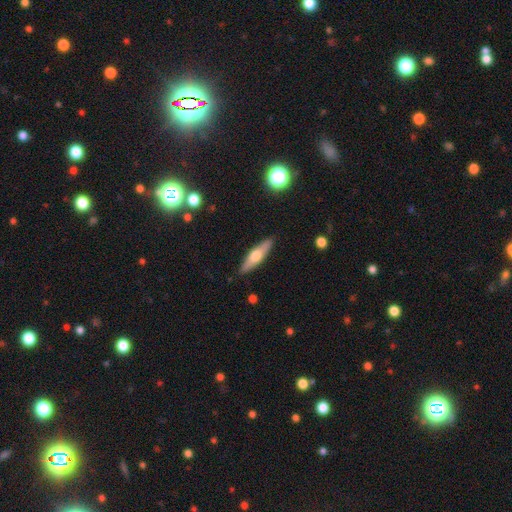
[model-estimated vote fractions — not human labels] smooth-or-featured: smooth: 48% | featured or disk: 46% | star or artifact: 6%
  merging: none: 88% | minor disturbance: 9% | major disturbance: 2% | merger: 1%